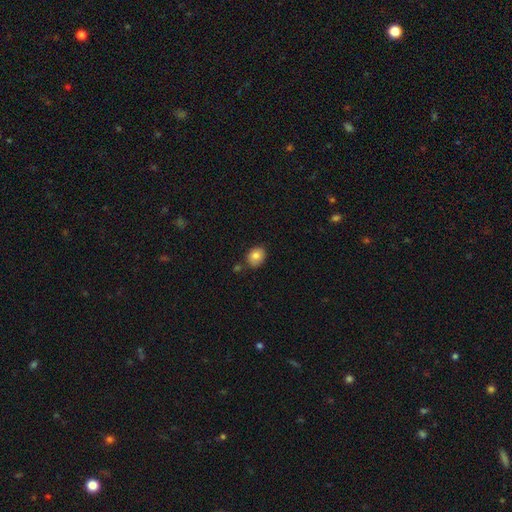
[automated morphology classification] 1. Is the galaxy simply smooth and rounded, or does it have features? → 83% smooth, 9% star or artifact, 8% featured or disk.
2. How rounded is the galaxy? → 50% in between, 49% round, 1% cigar-shaped.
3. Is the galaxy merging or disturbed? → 78% none, 13% minor disturbance, 6% merger, 3% major disturbance.